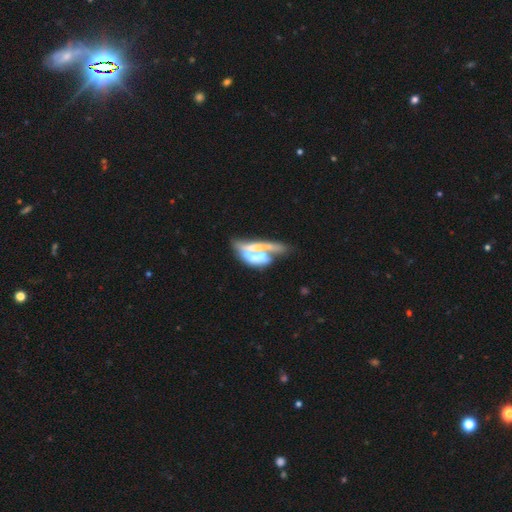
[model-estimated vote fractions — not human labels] Smooth or featured? Predicted: featured or disk (p=0.58). Edge-on disk? Predicted: no (p=0.85). Merging? Predicted: merger (p=0.54).